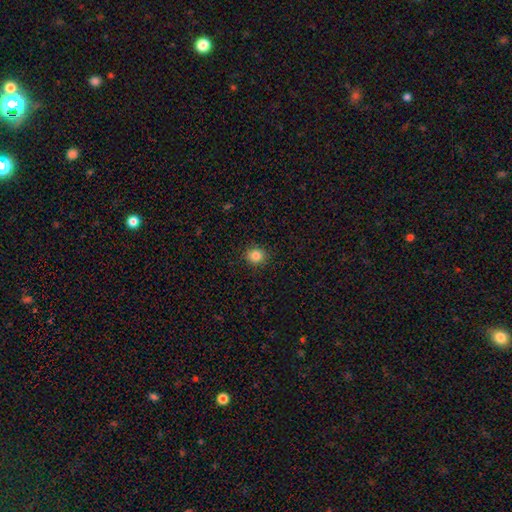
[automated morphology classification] Smooth or featured? Predicted: smooth (p=0.84). How rounded? Predicted: round (p=0.82). Merging? Predicted: none (p=0.90).